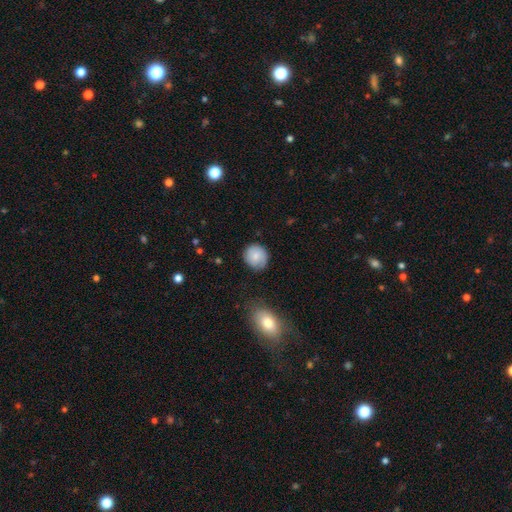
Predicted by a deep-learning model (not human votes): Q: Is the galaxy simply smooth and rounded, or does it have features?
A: smooth — 72%.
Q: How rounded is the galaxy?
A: round — 80%.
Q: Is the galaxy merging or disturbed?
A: none — 72%.